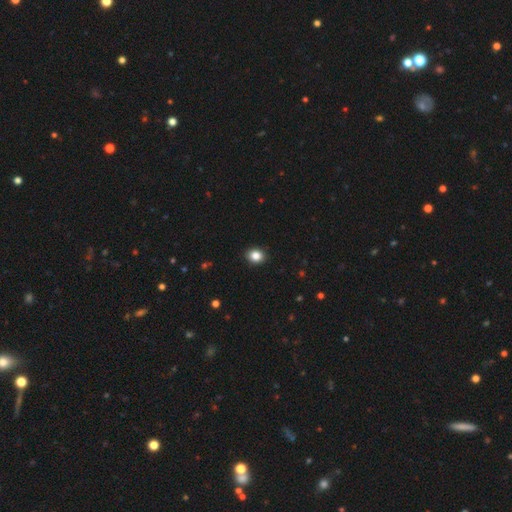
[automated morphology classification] smooth_or_featured: smooth (p=0.85) [alt: star or artifact p=0.10]
how_rounded: round (p=0.64) [alt: in between p=0.35]
merging: none (p=0.92) [alt: minor disturbance p=0.06]